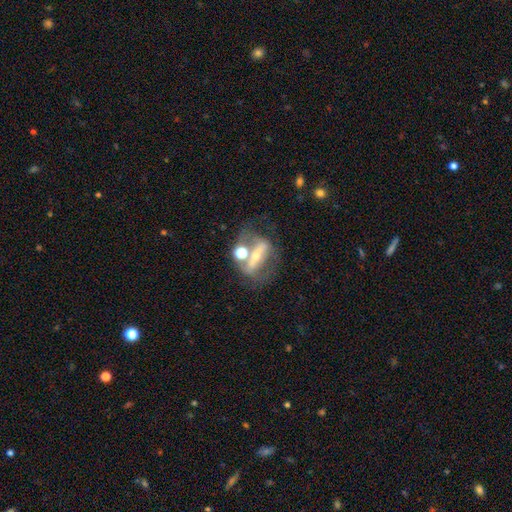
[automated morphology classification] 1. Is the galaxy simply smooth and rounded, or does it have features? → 66% featured or disk, 23% smooth, 11% star or artifact.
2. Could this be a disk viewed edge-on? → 77% no, 23% yes.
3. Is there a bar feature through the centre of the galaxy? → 63% strong, 20% no, 16% weak.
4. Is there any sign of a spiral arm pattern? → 62% no, 38% yes.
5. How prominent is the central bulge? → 49% moderate, 40% small, 6% large, 3% none, 2% dominant.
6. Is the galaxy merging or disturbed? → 42% none, 28% merger, 15% major disturbance, 15% minor disturbance.